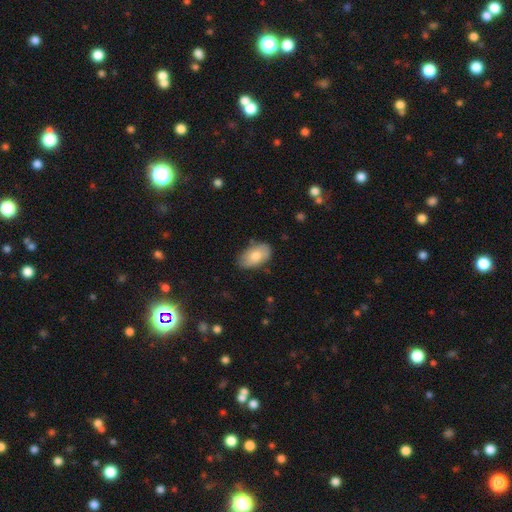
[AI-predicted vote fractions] smooth_or_featured: smooth (p=0.78) [alt: featured or disk p=0.16]
how_rounded: in between (p=0.94) [alt: round p=0.04]
merging: none (p=0.77) [alt: minor disturbance p=0.18]